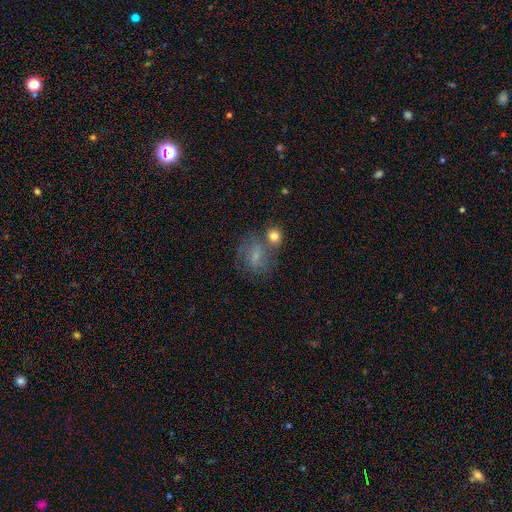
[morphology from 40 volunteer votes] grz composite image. It shows a smooth galaxy with no disk features (65%) that is round (65%). Merging: none (65%).